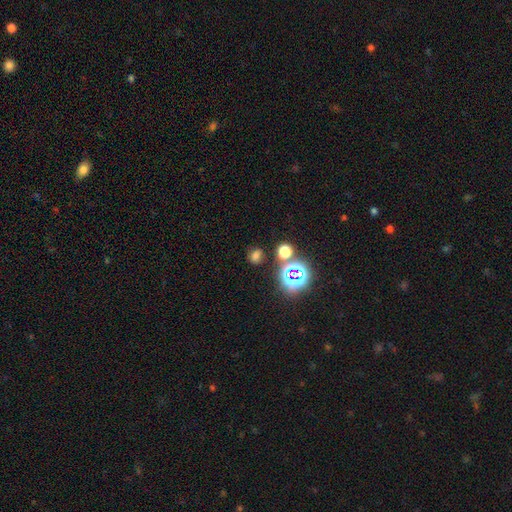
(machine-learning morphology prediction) Smooth or featured?
  - smooth: 63% *
  - star or artifact: 30%
  - featured or disk: 7%
How rounded?
  - round: 59% *
  - in between: 39%
  - cigar-shaped: 1%
Merging?
  - none: 76% *
  - minor disturbance: 12%
  - merger: 7%
  - major disturbance: 5%